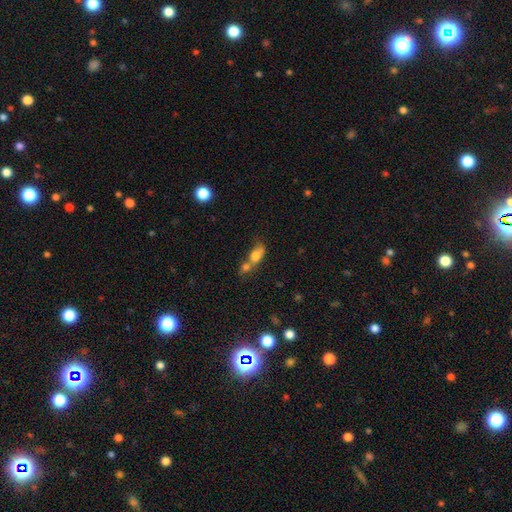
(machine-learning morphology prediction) Overall: smooth (71%). How rounded: in between (64%; round 27%). Merging: merger (68%).